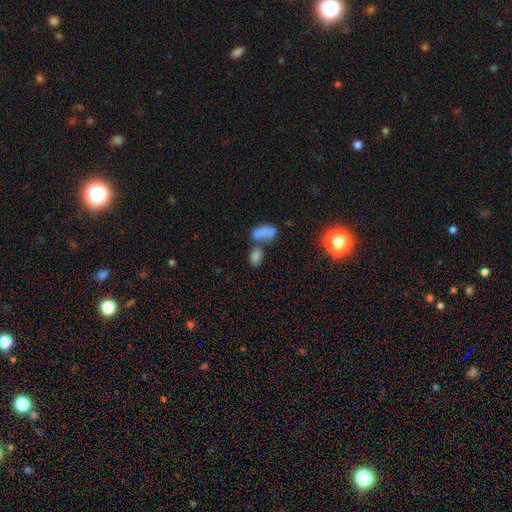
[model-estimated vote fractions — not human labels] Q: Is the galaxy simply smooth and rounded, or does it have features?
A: smooth — 72%.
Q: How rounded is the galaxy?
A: in between — 76%.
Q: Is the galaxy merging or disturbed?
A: merger — 51%.